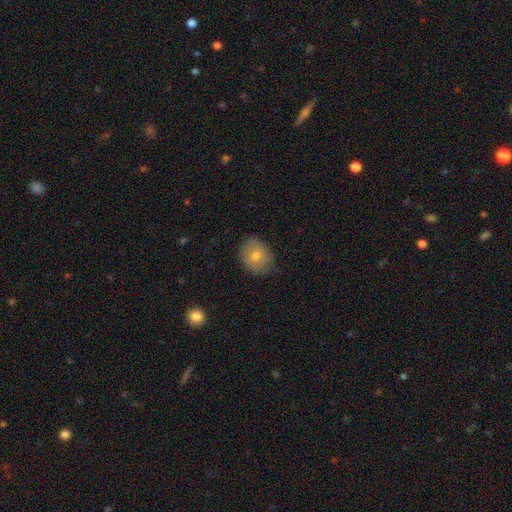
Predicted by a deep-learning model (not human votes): smooth_or_featured: smooth (p=0.70) [alt: featured or disk p=0.20]
how_rounded: round (p=0.55) [alt: in between p=0.44]
merging: none (p=0.74) [alt: minor disturbance p=0.21]